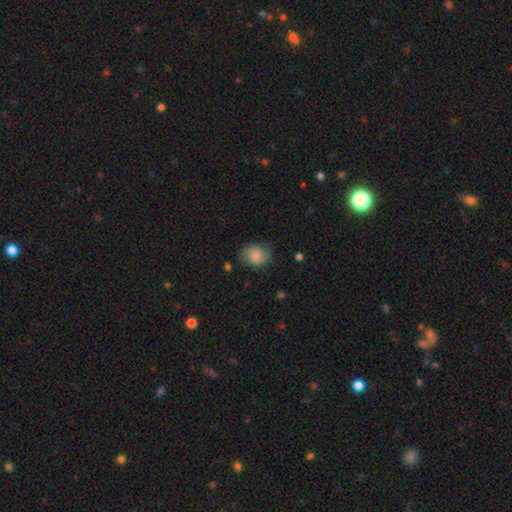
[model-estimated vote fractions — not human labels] Morphology: type=smooth (83%); roundness=round (55%); merging=none (75%).